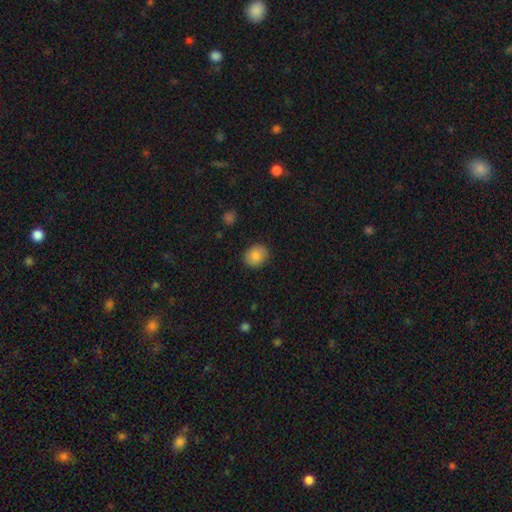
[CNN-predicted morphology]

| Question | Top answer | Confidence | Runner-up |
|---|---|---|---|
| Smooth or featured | smooth | 86% | star or artifact (8%) |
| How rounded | round | 60% | in between (39%) |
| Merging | none | 88% | minor disturbance (9%) |